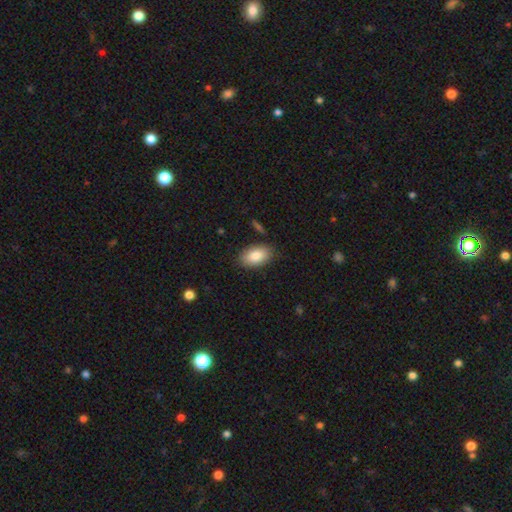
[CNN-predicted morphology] Smooth or featured?
  - smooth: 85% *
  - featured or disk: 9%
  - star or artifact: 7%
How rounded?
  - in between: 93% *
  - round: 5%
  - cigar-shaped: 2%
Merging?
  - none: 84% *
  - minor disturbance: 12%
  - major disturbance: 3%
  - merger: 2%